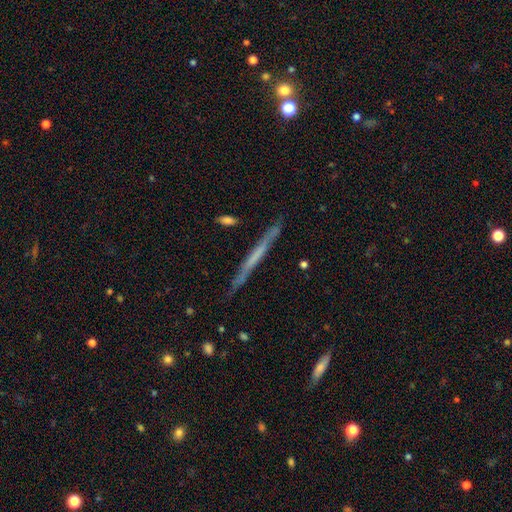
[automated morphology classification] Smooth or featured? featured or disk (54%)
Edge-on disk? yes (96%)
Edge-on bulge? none (87%)
Merging? none (88%)